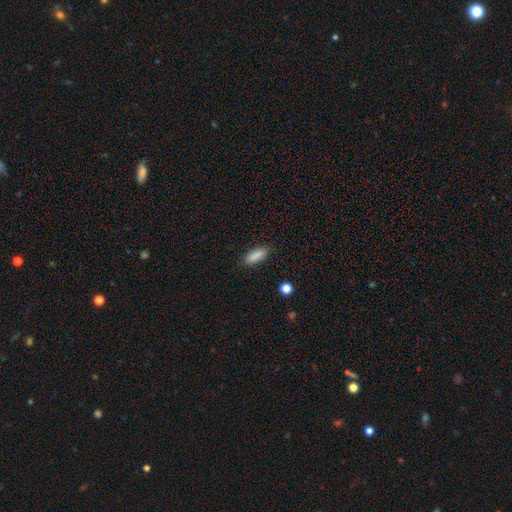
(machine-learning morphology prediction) Smooth or featured? Predicted: smooth (p=0.87). How rounded? Predicted: in between (p=0.62). Merging? Predicted: none (p=0.86).